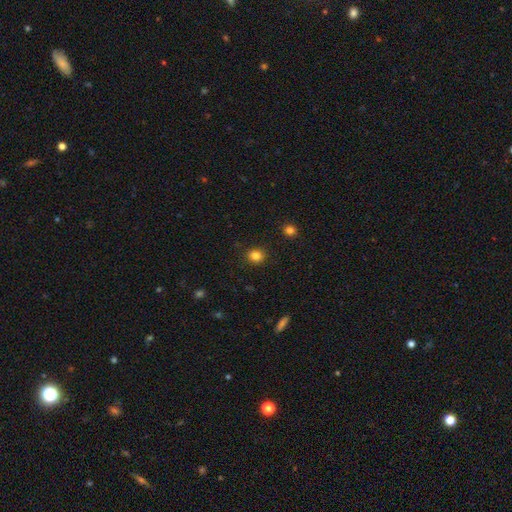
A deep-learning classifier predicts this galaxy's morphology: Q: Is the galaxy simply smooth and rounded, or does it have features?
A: smooth — 83%.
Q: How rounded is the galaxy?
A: round — 81%.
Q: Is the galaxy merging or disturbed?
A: none — 90%.